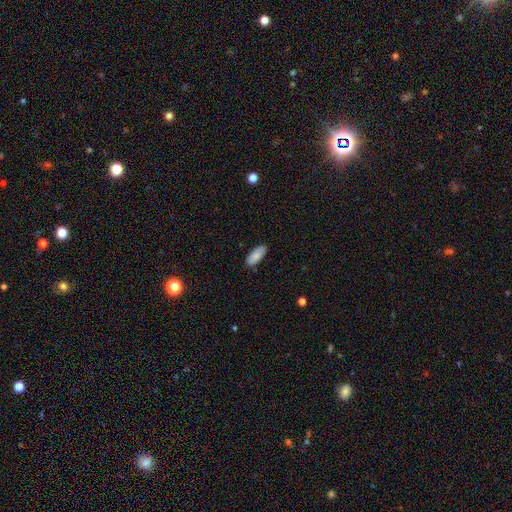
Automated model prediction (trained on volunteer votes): smooth_or_featured: smooth (p=0.85) [alt: featured or disk p=0.09]
how_rounded: in between (p=0.85) [alt: cigar-shaped p=0.13]
merging: none (p=0.87) [alt: minor disturbance p=0.10]